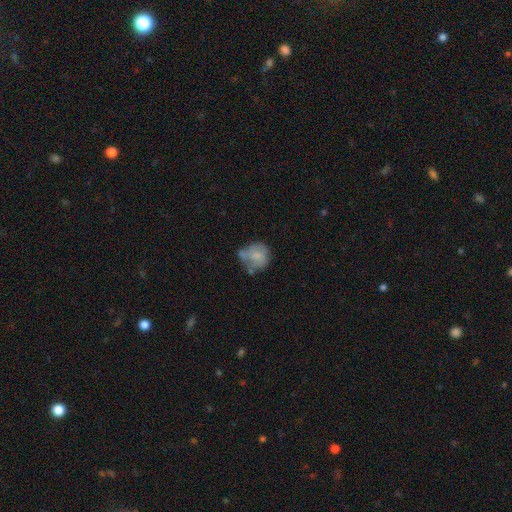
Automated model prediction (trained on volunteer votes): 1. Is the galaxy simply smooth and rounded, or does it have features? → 58% smooth, 33% featured or disk, 9% star or artifact.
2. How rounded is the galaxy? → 75% round, 24% in between, 1% cigar-shaped.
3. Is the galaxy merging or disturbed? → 41% none, 30% minor disturbance, 17% major disturbance, 13% merger.